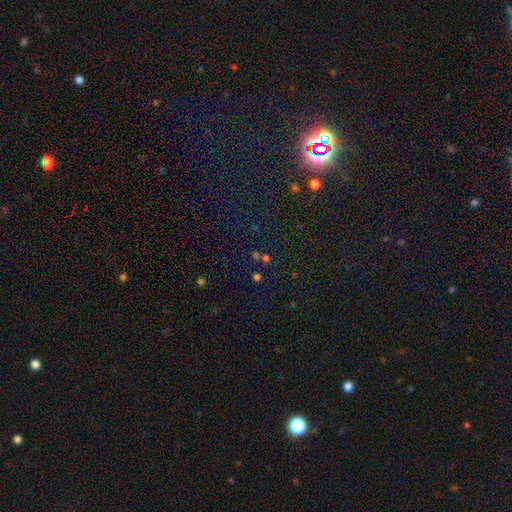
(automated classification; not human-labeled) smooth-or-featured: star or artifact: 78% | smooth: 14% | featured or disk: 8%